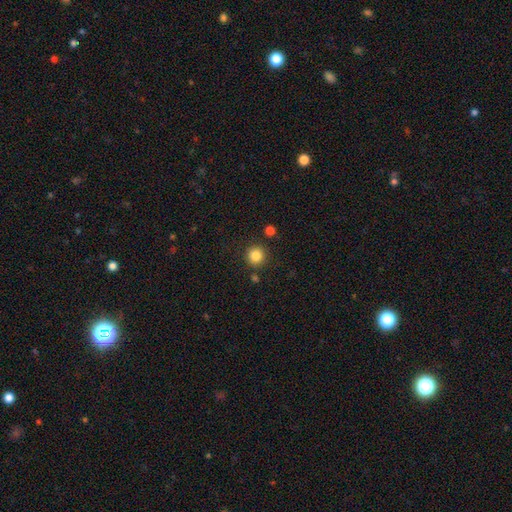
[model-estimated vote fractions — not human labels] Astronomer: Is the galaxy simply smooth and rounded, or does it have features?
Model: smooth — 84%.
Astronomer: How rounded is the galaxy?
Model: round — 93%.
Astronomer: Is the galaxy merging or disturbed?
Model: none — 87%.